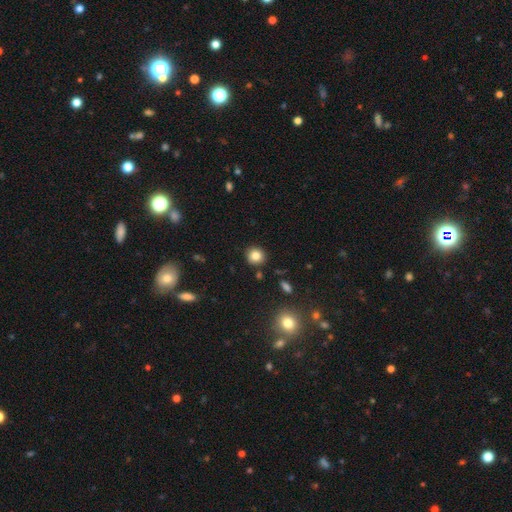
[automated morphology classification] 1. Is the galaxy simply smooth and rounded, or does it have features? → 83% smooth, 11% star or artifact, 6% featured or disk.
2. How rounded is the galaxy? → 89% round, 10% in between, 1% cigar-shaped.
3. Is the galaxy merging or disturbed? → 89% none, 7% minor disturbance, 2% merger, 2% major disturbance.